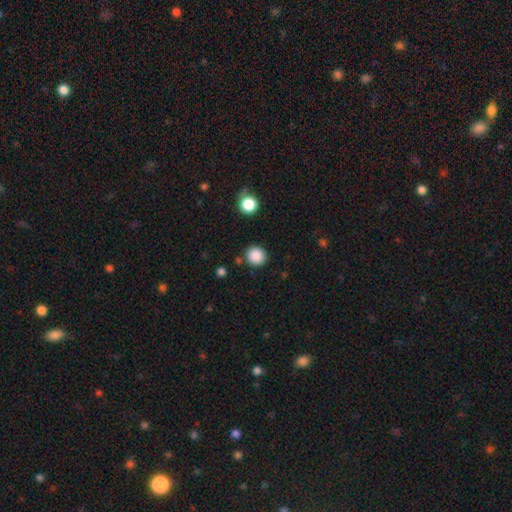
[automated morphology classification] Q: Smooth or featured?
A: smooth (88%); runner-up: star or artifact (9%)
Q: How rounded?
A: round (91%); runner-up: in between (8%)
Q: Merging?
A: none (87%); runner-up: minor disturbance (7%)